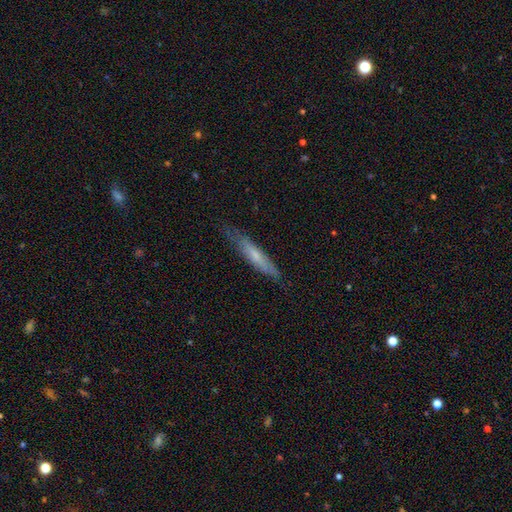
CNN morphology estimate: The model was most divided on "smooth or featured": smooth: 53%, featured or disk: 41%, star or artifact: 6%. More confident: how rounded — cigar-shaped (88%); merging — none (72%).